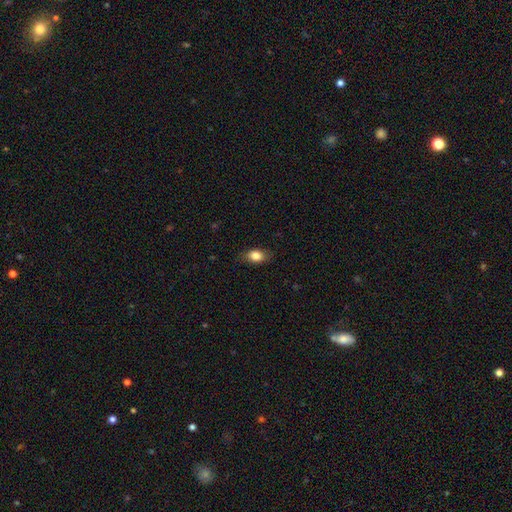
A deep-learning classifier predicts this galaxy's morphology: Overall: smooth (84%). How rounded: in between (81%). Merging: none (82%).